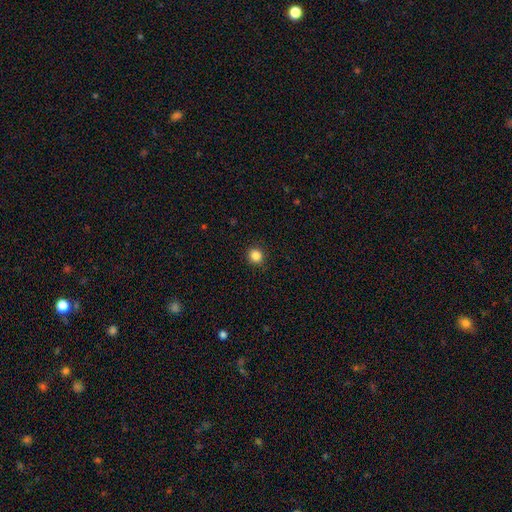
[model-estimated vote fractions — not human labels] smooth-or-featured: smooth: 85% | star or artifact: 11% | featured or disk: 3%
  how-rounded: round: 90% | in between: 9% | cigar-shaped: 1%
  merging: none: 91% | minor disturbance: 6% | major disturbance: 2% | merger: 1%